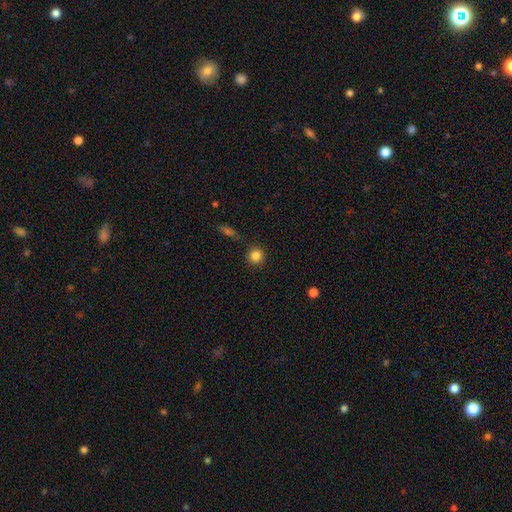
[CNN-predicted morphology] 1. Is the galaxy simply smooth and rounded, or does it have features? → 84% smooth, 11% star or artifact, 5% featured or disk.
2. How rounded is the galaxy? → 93% round, 6% in between, 1% cigar-shaped.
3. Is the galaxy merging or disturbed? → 89% none, 7% minor disturbance, 2% merger, 2% major disturbance.